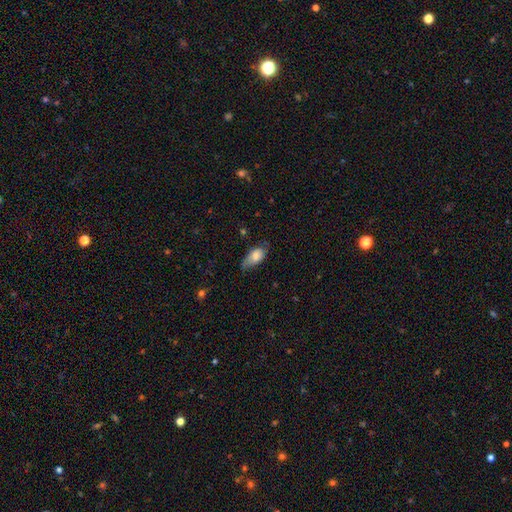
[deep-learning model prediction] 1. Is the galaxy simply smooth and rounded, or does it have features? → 67% smooth, 26% featured or disk, 7% star or artifact.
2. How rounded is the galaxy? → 88% in between, 8% cigar-shaped, 4% round.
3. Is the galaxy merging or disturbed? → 56% none, 32% minor disturbance, 10% major disturbance, 2% merger.